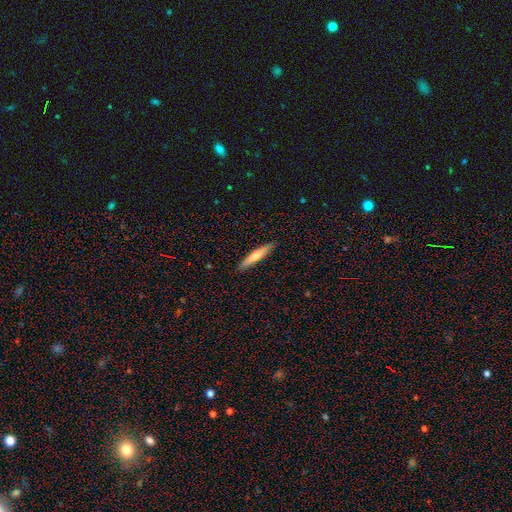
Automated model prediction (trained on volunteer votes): This is likely a smooth galaxy (62%). How rounded: clearly cigar-shaped (93%). Merging: clearly none (91%).